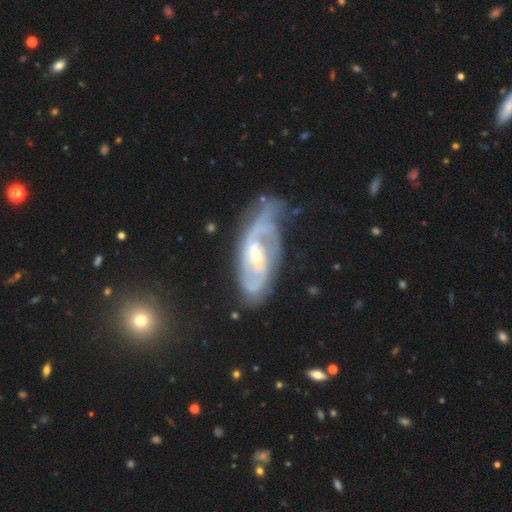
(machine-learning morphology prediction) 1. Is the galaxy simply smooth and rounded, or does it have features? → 85% featured or disk, 9% smooth, 6% star or artifact.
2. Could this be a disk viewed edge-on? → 93% no, 7% yes.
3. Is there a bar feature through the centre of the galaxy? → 42% weak, 38% no, 20% strong.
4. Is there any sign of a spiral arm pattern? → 93% yes, 7% no.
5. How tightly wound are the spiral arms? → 41% medium, 37% tight, 22% loose.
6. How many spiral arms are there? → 60% 2, 21% can't tell, 7% 3, 7% 1, 3% 4, 3% more than 4.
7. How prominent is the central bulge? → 60% small, 37% moderate, 1% large, 1% none, 1% dominant.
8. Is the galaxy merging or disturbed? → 46% none, 31% minor disturbance, 19% major disturbance, 4% merger.